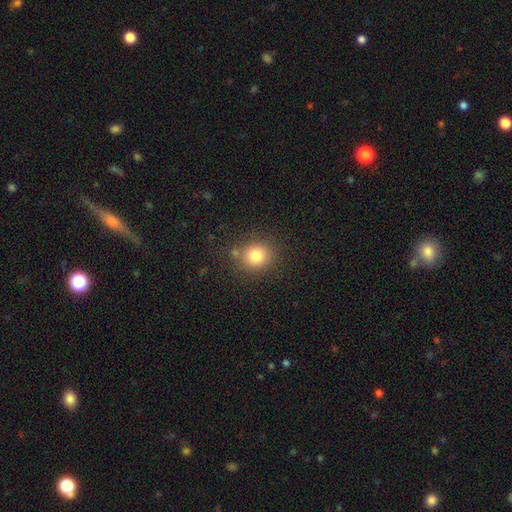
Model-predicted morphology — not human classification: Q: Smooth or featured?
A: smooth (80%); runner-up: star or artifact (12%)
Q: How rounded?
A: round (83%); runner-up: in between (16%)
Q: Merging?
A: none (81%); runner-up: minor disturbance (10%)